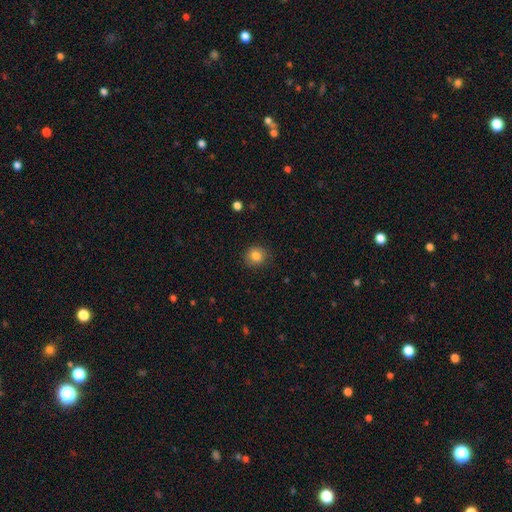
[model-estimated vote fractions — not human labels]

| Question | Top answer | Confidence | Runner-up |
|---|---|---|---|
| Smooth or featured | smooth | 83% | star or artifact (10%) |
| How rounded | round | 85% | in between (14%) |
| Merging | none | 88% | minor disturbance (9%) |